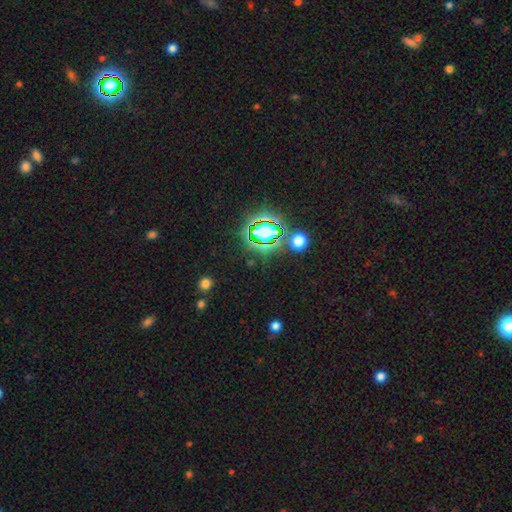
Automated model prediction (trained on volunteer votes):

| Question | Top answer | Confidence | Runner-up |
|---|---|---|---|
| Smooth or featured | star or artifact | 79% | smooth (14%) |